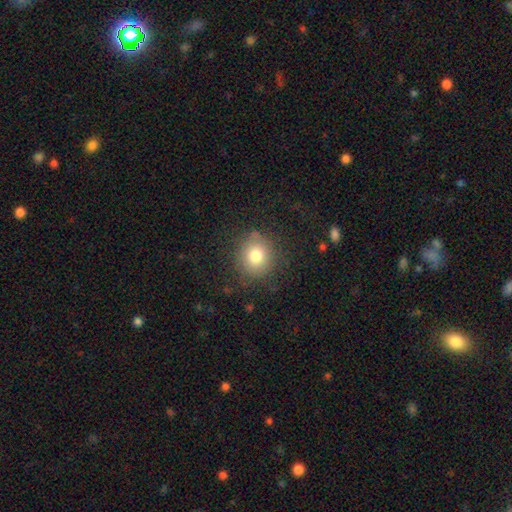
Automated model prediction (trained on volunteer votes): smooth-or-featured: smooth: 78% | star or artifact: 12% | featured or disk: 10%
  how-rounded: round: 84% | in between: 15% | cigar-shaped: 1%
  merging: none: 83% | minor disturbance: 11% | major disturbance: 5% | merger: 1%